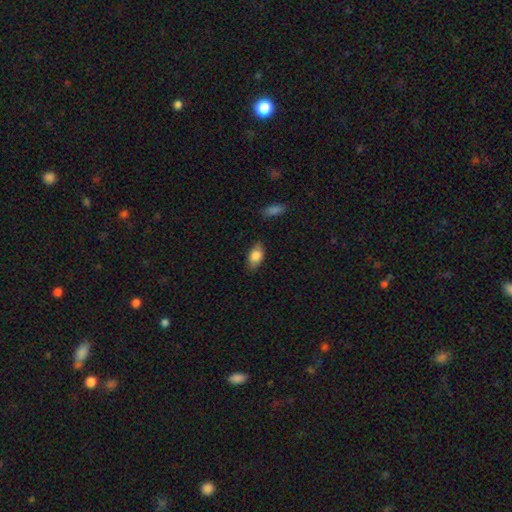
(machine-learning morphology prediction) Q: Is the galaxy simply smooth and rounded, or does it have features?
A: smooth — 82%.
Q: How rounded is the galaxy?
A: in between — 90%.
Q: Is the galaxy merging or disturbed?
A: none — 81%.